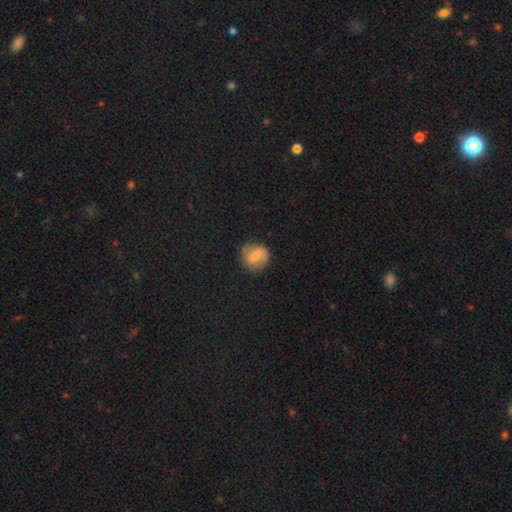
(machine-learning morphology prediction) smooth 66%, featured or disk 24%, star or artifact 10%. Down the decision tree: how rounded — round (86%); merging — none (78%).